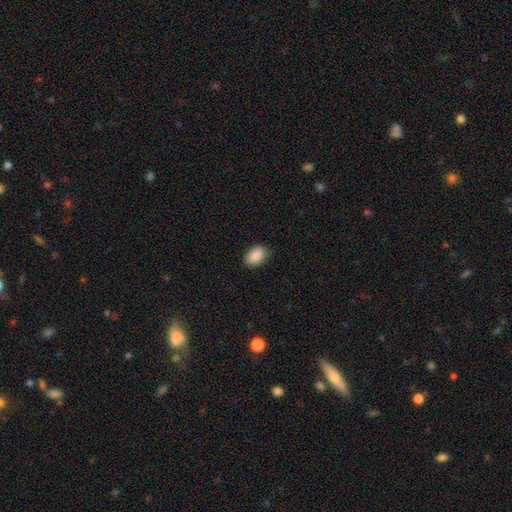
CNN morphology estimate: A smooth galaxy with no disk features (90%) that is in between round and cigar-shaped (90%).

Vote fractions:
- Smooth or featured? smooth: 90% / star or artifact: 7% / featured or disk: 3%
- How rounded? in between: 90% / round: 9% / cigar-shaped: 1%
- Merging? none: 87% / minor disturbance: 10% / major disturbance: 2% / merger: 1%